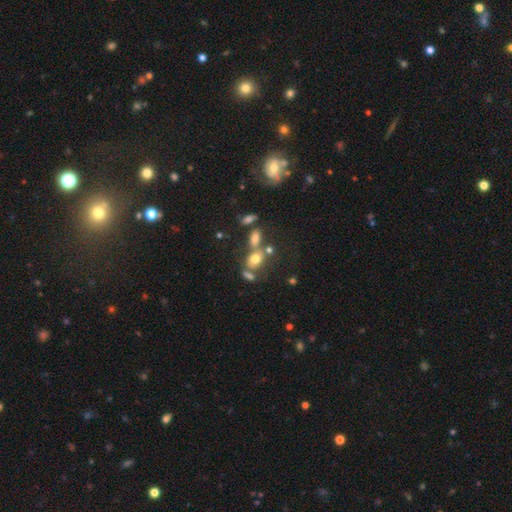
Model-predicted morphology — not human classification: Smooth or featured: smooth — 46% (star or artifact — 29%)
Merging: merger — 46% (none — 37%)